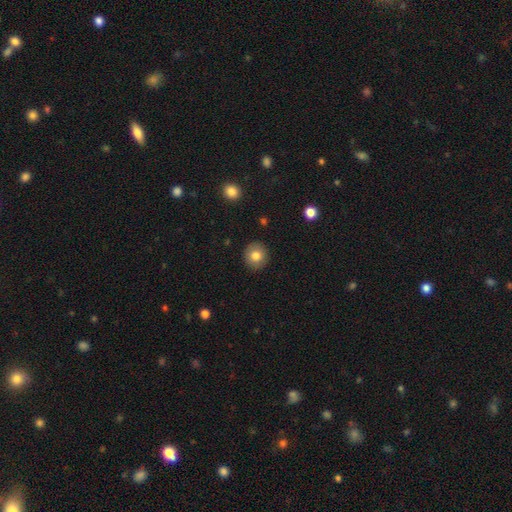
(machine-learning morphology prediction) smooth_or_featured: smooth (p=0.80) [alt: featured or disk p=0.11]
how_rounded: round (p=0.88) [alt: in between p=0.11]
merging: none (p=0.90) [alt: minor disturbance p=0.07]